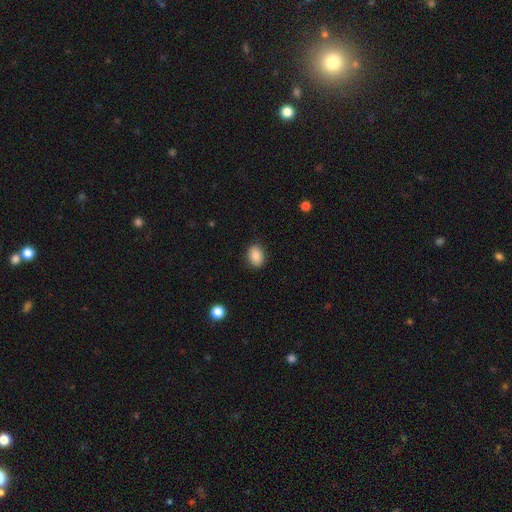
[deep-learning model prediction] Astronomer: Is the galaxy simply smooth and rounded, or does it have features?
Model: smooth — 86%.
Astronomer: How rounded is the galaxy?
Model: in between — 72%.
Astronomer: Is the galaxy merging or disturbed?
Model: none — 87%.